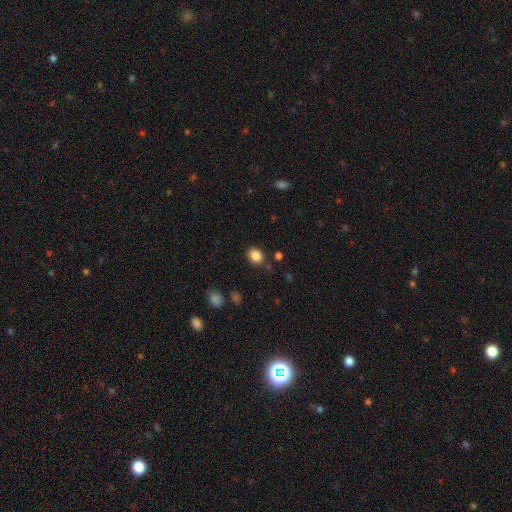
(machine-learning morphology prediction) This is clearly a smooth galaxy (85%). How rounded: likely round (64%). Merging: clearly none (81%).